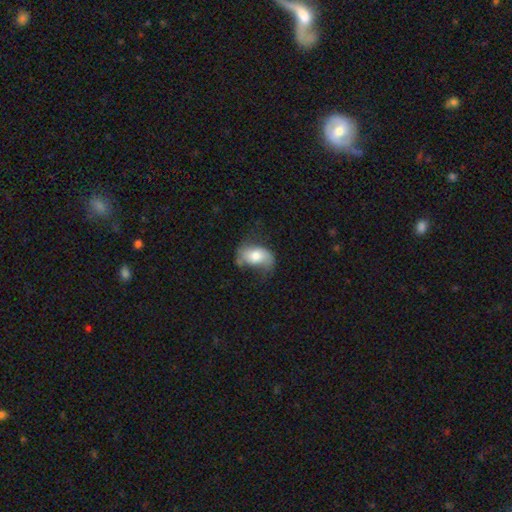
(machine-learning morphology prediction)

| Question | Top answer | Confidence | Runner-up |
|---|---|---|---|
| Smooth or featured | smooth | 55% | featured or disk (37%) |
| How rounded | in between | 88% | round (10%) |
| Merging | none | 42% | minor disturbance (32%) |